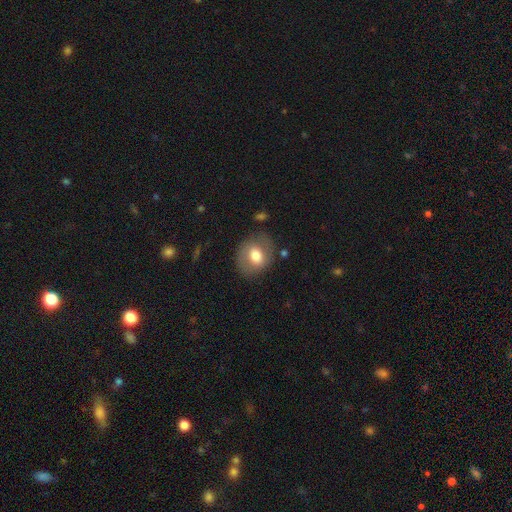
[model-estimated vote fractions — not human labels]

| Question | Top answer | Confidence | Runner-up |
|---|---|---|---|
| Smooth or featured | smooth | 69% | featured or disk (23%) |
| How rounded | round | 52% | in between (46%) |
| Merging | none | 77% | minor disturbance (15%) |